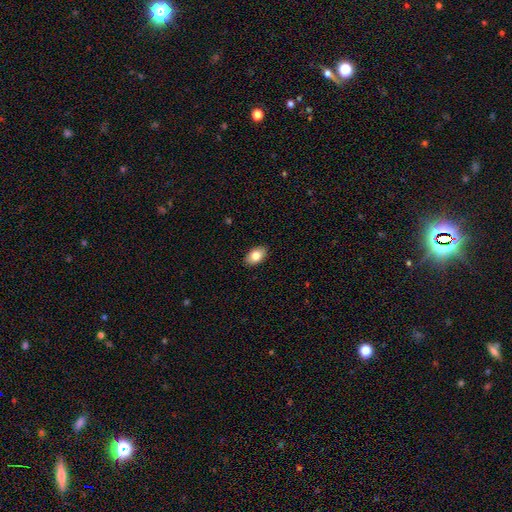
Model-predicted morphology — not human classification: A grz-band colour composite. It shows a smooth galaxy with no disk features (81%) that is in between round and cigar-shaped (89%). Merging: none (90%).